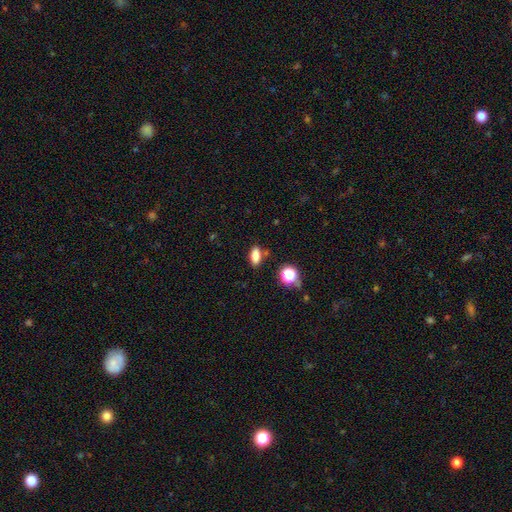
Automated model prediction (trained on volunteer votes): A smooth galaxy with no disk features (81%) that is in between round and cigar-shaped (82%).

Vote fractions:
- Smooth or featured? smooth: 81% / star or artifact: 12% / featured or disk: 7%
- How rounded? in between: 82% / cigar-shaped: 10% / round: 8%
- Merging? none: 82% / minor disturbance: 11% / merger: 5% / major disturbance: 3%